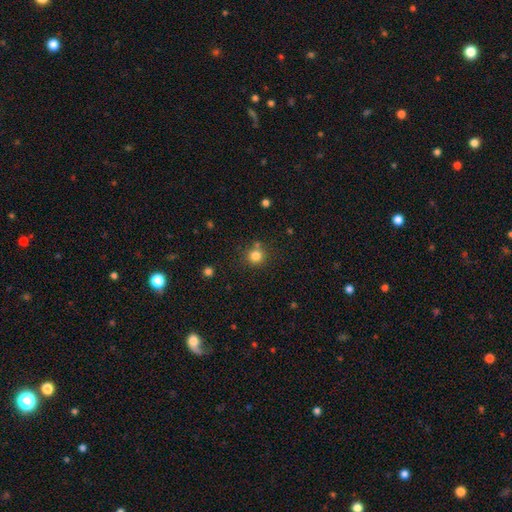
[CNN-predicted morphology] A smooth galaxy with no disk features (81%) that is round (92%). Merging: none (75%).